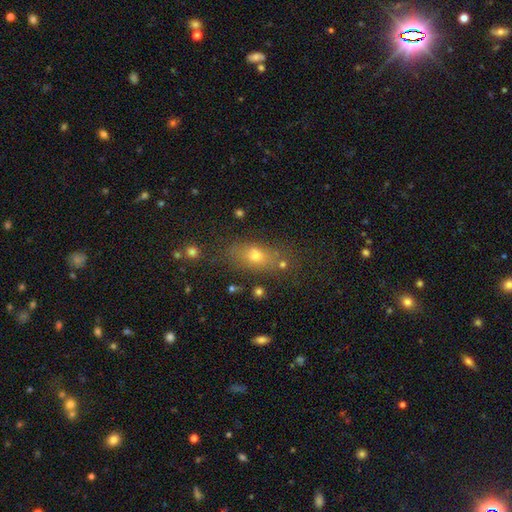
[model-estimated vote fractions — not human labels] smooth_or_featured: smooth (p=0.67) [alt: star or artifact p=0.17]
how_rounded: in between (p=0.68) [alt: round p=0.21]
merging: none (p=0.69) [alt: minor disturbance p=0.16]